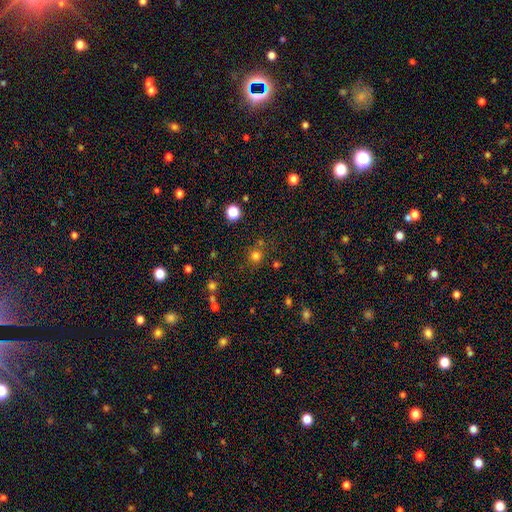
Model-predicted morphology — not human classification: type=smooth (75%); roundness=round (92%); merging=none (77%).